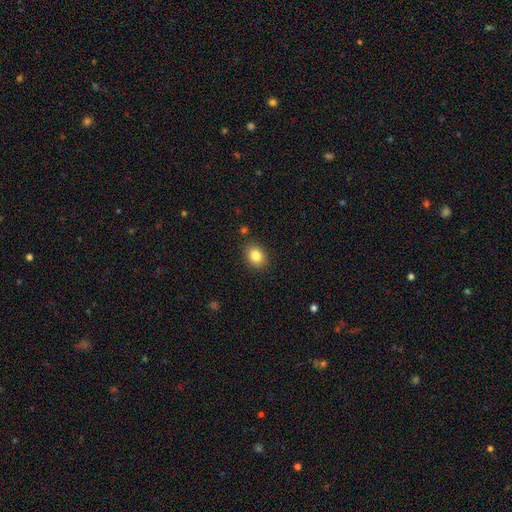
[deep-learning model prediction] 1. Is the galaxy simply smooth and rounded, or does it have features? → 84% smooth, 10% star or artifact, 6% featured or disk.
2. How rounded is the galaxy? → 52% in between, 47% round, 1% cigar-shaped.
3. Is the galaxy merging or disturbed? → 87% none, 9% minor disturbance, 2% major disturbance, 2% merger.